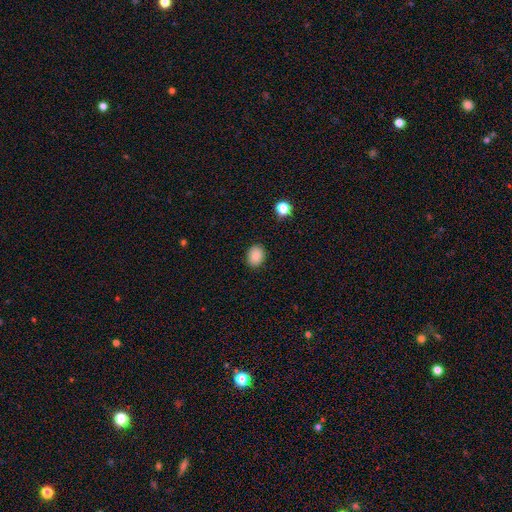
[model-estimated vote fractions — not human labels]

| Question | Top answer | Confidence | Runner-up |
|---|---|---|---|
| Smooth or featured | smooth | 87% | star or artifact (9%) |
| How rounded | in between | 59% | round (40%) |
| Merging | none | 88% | minor disturbance (8%) |